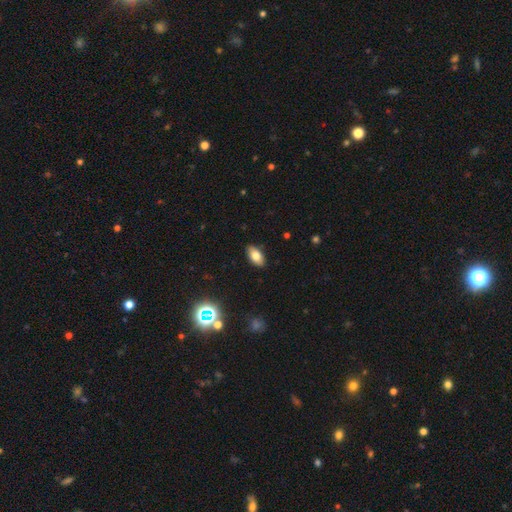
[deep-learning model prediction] This is likely a smooth galaxy (77%). How rounded: clearly in between (92%). Merging: clearly none (89%).